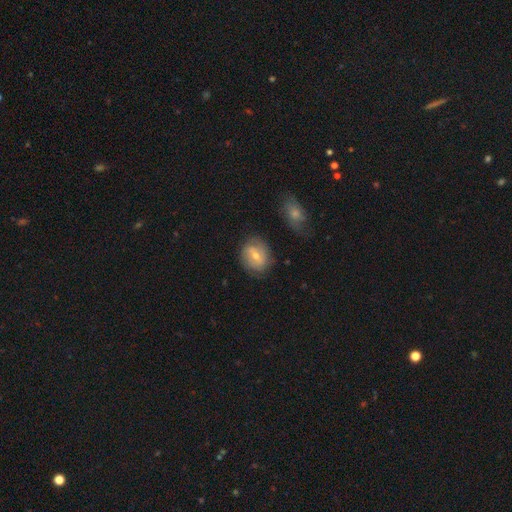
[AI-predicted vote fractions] A smooth galaxy with no disk features (46%).

Vote fractions:
- Smooth or featured? smooth: 46% / featured or disk: 44% / star or artifact: 10%
- Merging? none: 77% / minor disturbance: 16% / major disturbance: 5% / merger: 3%